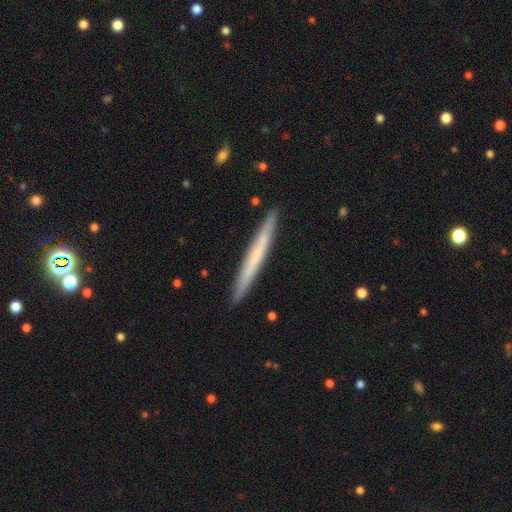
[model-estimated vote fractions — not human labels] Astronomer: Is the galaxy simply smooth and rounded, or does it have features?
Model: smooth — 53% (runner-up: featured or disk, 41%).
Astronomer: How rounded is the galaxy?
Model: cigar-shaped — 97%.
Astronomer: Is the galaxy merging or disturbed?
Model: none — 91%.